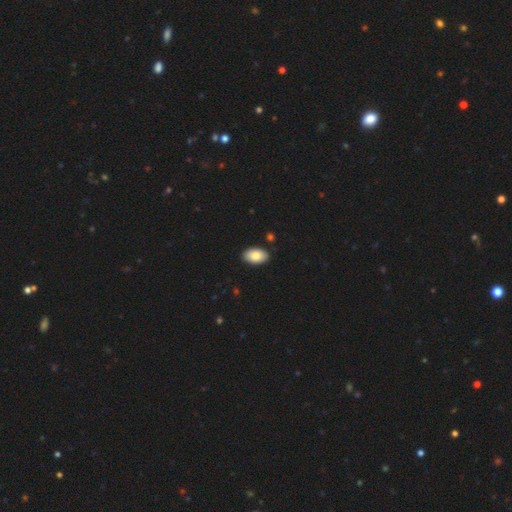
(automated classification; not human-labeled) This is clearly a smooth galaxy (84%). How rounded: clearly in between (94%). Merging: clearly none (89%).